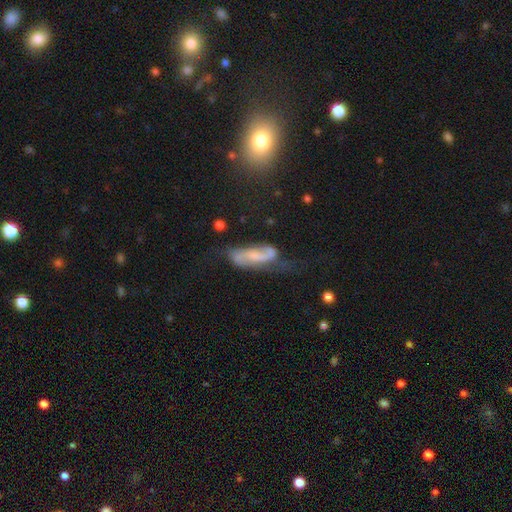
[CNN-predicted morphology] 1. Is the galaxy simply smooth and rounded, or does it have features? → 64% featured or disk, 26% smooth, 9% star or artifact.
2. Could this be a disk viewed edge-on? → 86% no, 14% yes.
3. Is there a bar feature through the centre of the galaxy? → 40% no, 39% weak, 21% strong.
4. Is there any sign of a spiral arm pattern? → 85% yes, 15% no.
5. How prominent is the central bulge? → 40% small, 29% none, 25% moderate, 5% large, 2% dominant.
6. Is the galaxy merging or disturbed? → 40% none, 27% minor disturbance, 26% major disturbance, 7% merger.